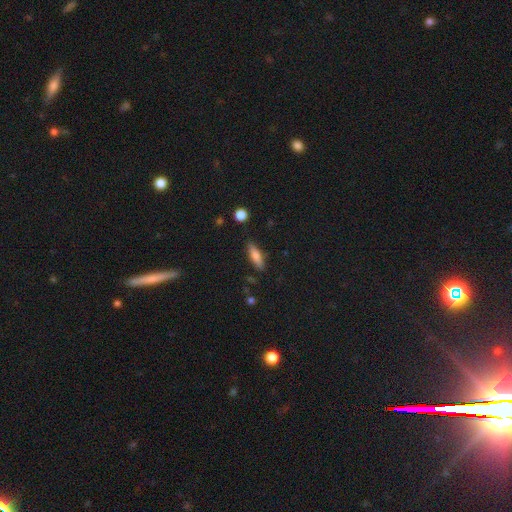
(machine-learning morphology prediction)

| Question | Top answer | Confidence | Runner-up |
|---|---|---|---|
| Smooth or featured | smooth | 67% | featured or disk (26%) |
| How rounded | cigar-shaped | 59% | in between (38%) |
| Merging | none | 85% | minor disturbance (11%) |